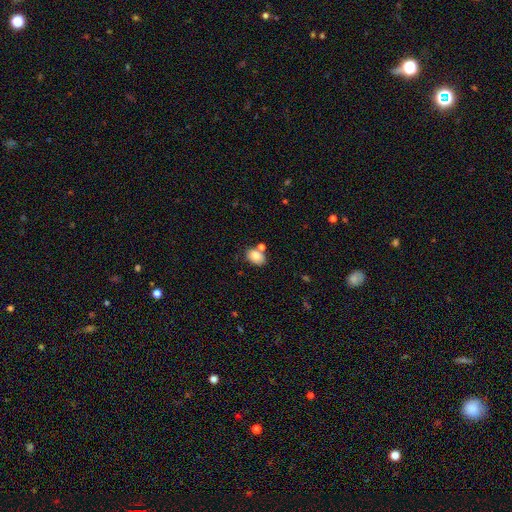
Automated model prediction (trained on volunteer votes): This appears to be a smooth galaxy with no disk features (82%) that is in between round and cigar-shaped (74%). Merging: none (61%).